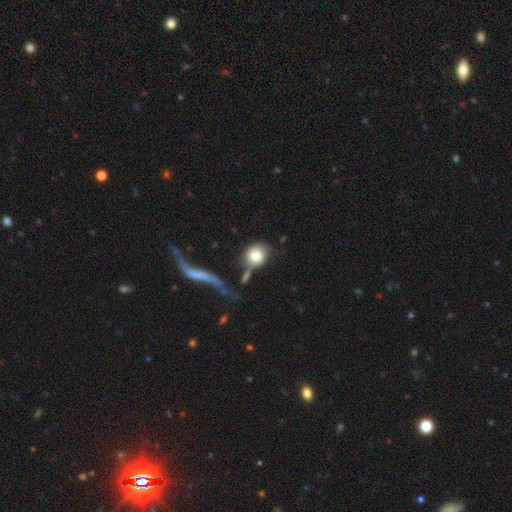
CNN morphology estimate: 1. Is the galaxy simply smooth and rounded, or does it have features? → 77% smooth, 15% featured or disk, 8% star or artifact.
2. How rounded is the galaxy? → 73% round, 25% in between, 2% cigar-shaped.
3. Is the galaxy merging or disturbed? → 49% none, 21% merger, 17% minor disturbance, 13% major disturbance.